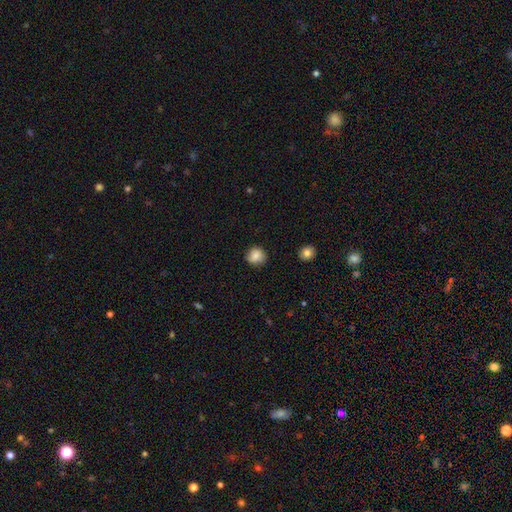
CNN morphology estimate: This is clearly a smooth galaxy (84%). How rounded: clearly round (88%). Merging: clearly none (85%).